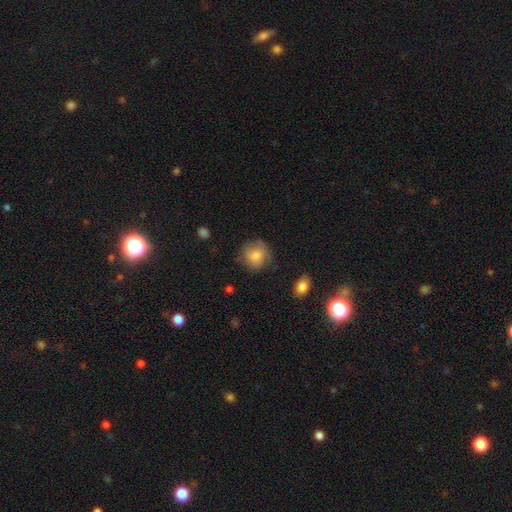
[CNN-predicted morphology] A smooth galaxy with no disk features (73%) that is round (85%). Merging: none (71%).